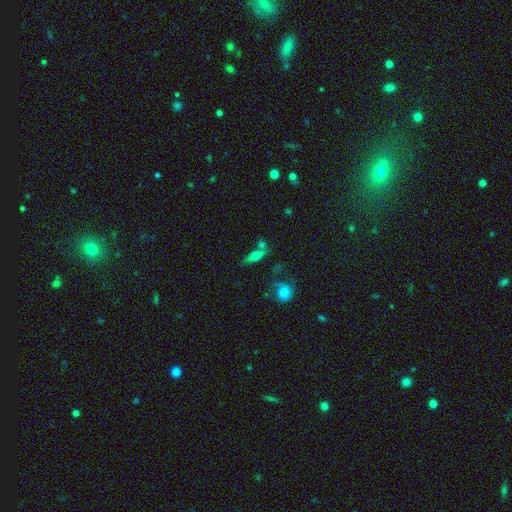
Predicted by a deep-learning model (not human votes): The model was most divided on "how rounded": in between: 49%, cigar-shaped: 45%, round: 6%. More confident: smooth or featured — smooth (58%); merging — none (52%).